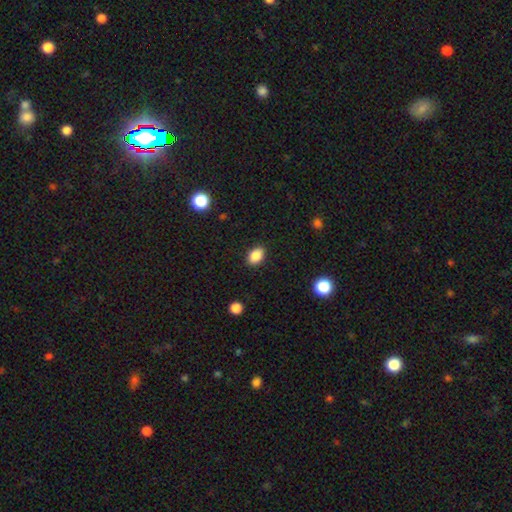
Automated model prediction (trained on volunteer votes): Smooth or featured: smooth — 86% (star or artifact — 9%)
How rounded: in between — 82% (round — 17%)
Merging: none — 88% (minor disturbance — 9%)